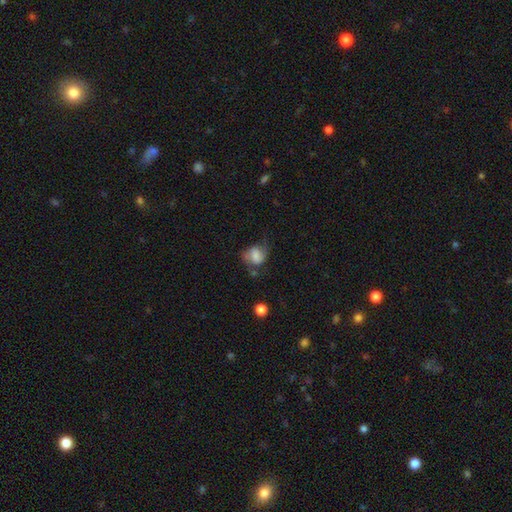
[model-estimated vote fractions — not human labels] smooth_or_featured: smooth (p=0.54) [alt: featured or disk p=0.37]
how_rounded: round (p=0.53) [alt: in between p=0.46]
merging: none (p=0.43) [alt: minor disturbance p=0.29]